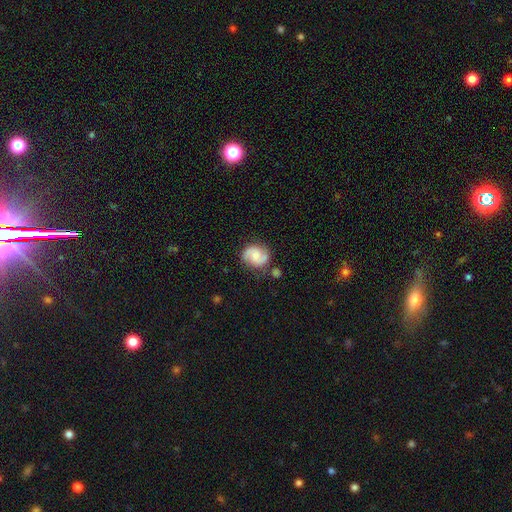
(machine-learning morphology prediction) A featured or disk galaxy (71%) with no bar (55%), 2 (91%) medium (51%) spiral arms (95%) and a moderate central bulge (43%). Merging: none (75%).